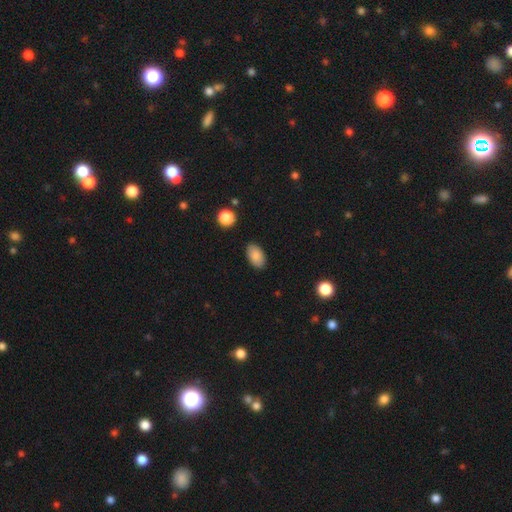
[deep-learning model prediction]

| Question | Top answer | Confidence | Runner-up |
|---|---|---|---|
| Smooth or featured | smooth | 87% | star or artifact (8%) |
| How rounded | in between | 93% | round (6%) |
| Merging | none | 87% | minor disturbance (10%) |